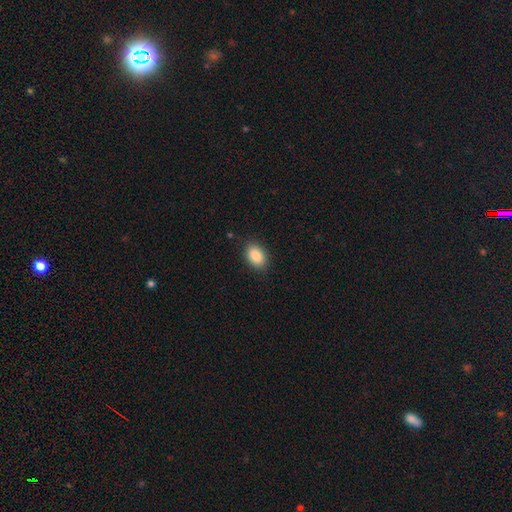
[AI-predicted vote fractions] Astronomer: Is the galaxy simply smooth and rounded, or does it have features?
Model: smooth — 87%.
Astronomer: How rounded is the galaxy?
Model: in between — 86%.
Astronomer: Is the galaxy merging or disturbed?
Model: none — 87%.